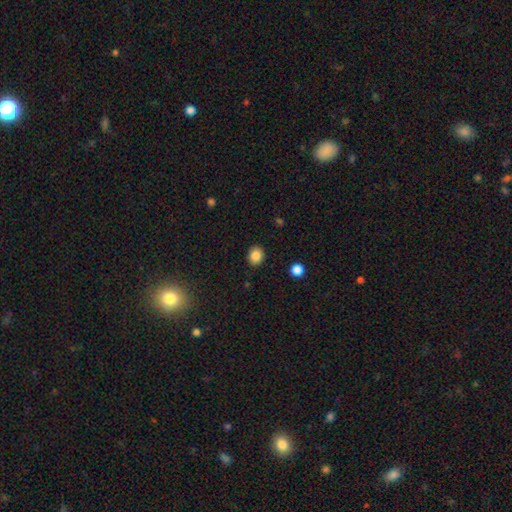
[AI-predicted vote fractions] Smooth or featured? smooth (85%)
How rounded? round (64%)
Merging? none (90%)